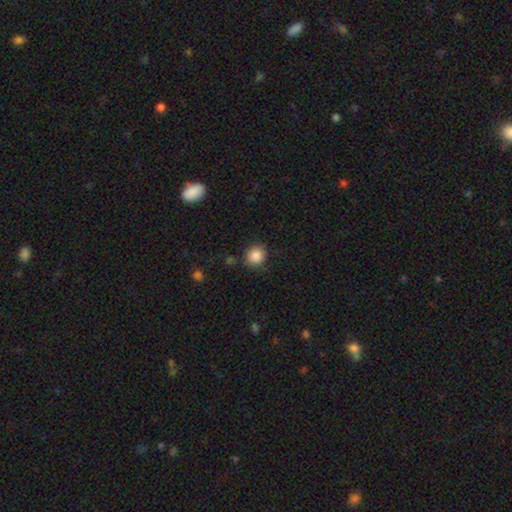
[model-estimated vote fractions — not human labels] smooth_or_featured: smooth (p=0.87) [alt: star or artifact p=0.09]
how_rounded: round (p=0.85) [alt: in between p=0.14]
merging: none (p=0.86) [alt: minor disturbance p=0.10]